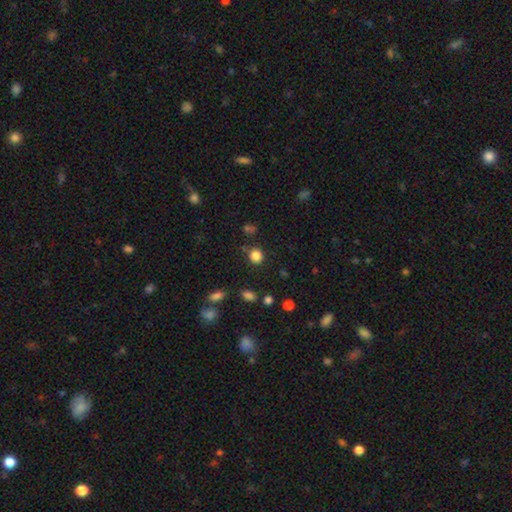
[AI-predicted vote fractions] This is clearly a smooth galaxy (83%). How rounded: clearly round (83%). Merging: clearly none (83%).